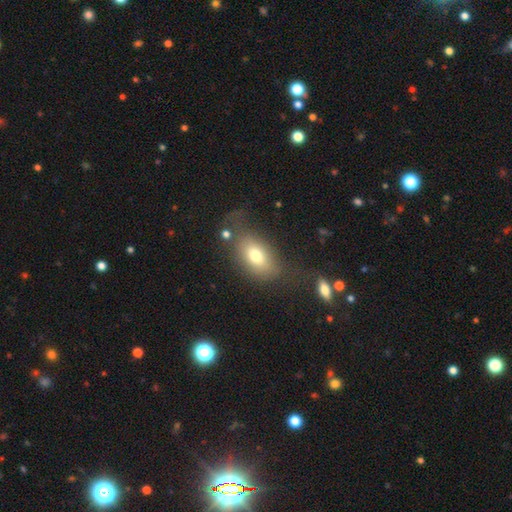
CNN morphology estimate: A smooth galaxy with no disk features (72%) that is in between round and cigar-shaped (85%).

Vote fractions:
- Smooth or featured? smooth: 72% / featured or disk: 18% / star or artifact: 9%
- How rounded? in between: 85% / round: 12% / cigar-shaped: 3%
- Merging? none: 55% / minor disturbance: 21% / major disturbance: 17% / merger: 7%